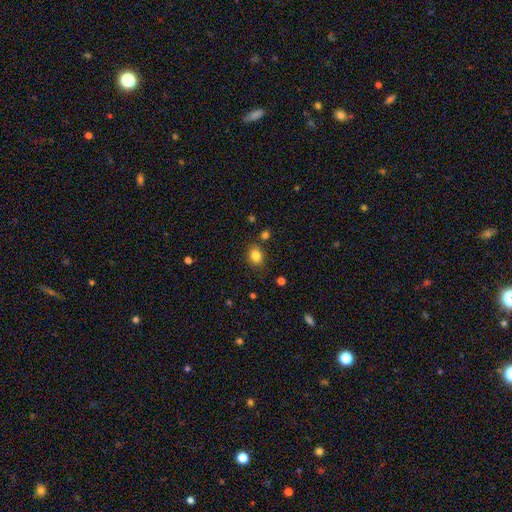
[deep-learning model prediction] This is clearly a smooth galaxy (83%). How rounded: possibly in between (57%). Merging: likely none (79%).